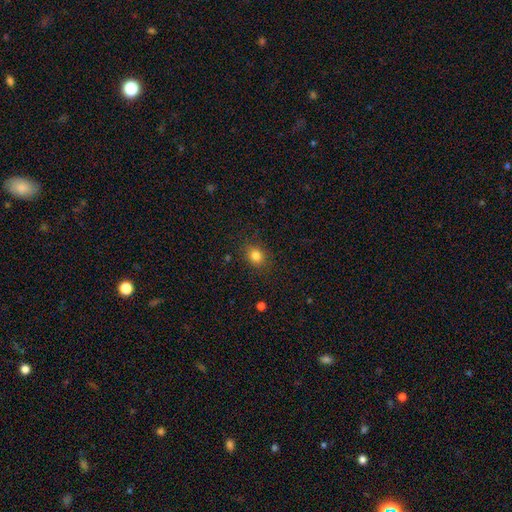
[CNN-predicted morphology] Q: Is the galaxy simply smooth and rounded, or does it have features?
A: smooth — 82%.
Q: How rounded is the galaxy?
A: round — 64%.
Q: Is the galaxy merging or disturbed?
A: none — 86%.